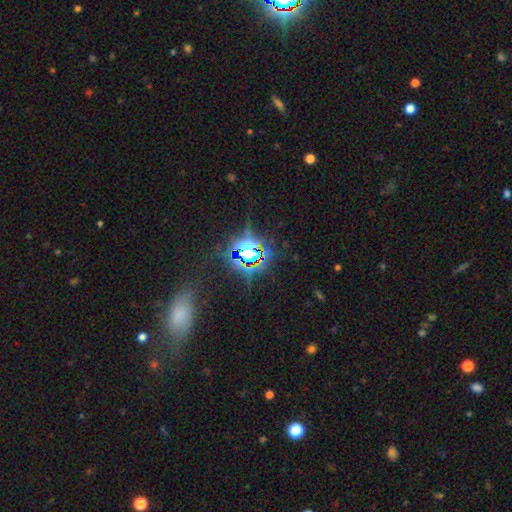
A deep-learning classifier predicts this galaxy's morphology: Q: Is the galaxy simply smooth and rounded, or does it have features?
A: star or artifact — 73%.